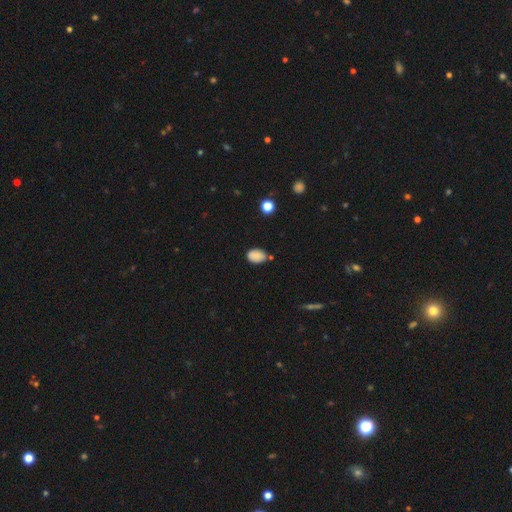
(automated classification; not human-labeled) Smooth or featured: smooth — 86% (star or artifact — 10%)
How rounded: in between — 84% (round — 15%)
Merging: none — 70% (minor disturbance — 21%)